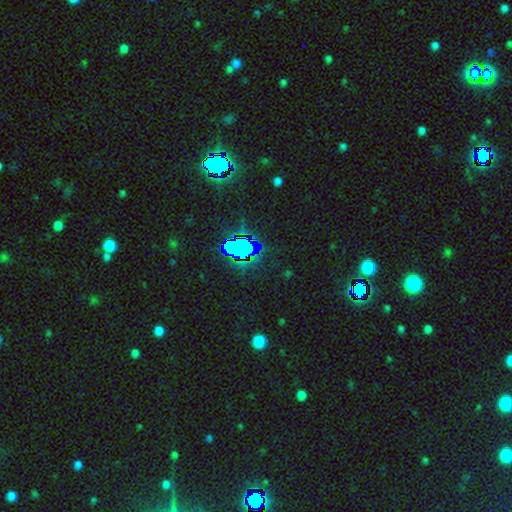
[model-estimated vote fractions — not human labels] Smooth or featured: star or artifact — 82% (smooth — 11%)